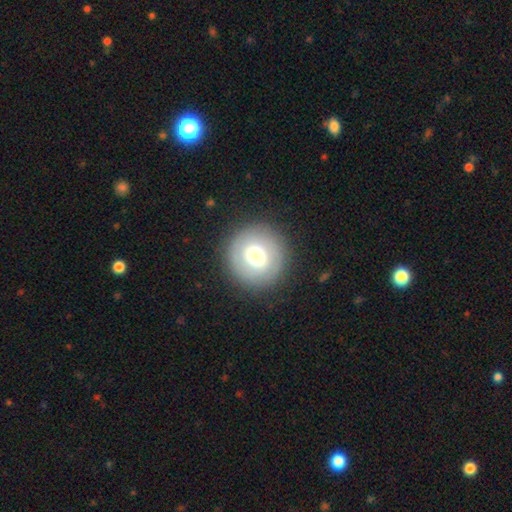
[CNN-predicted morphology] smooth_or_featured: smooth (p=0.68) [alt: featured or disk p=0.23]
how_rounded: round (p=0.95) [alt: in between p=0.04]
merging: none (p=0.89) [alt: minor disturbance p=0.07]